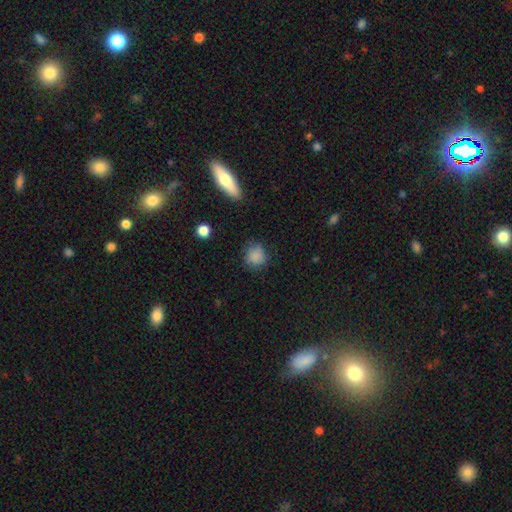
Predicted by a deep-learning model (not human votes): This appears to be a smooth galaxy with no disk features (85%) that is round (84%). Merging: none (77%).